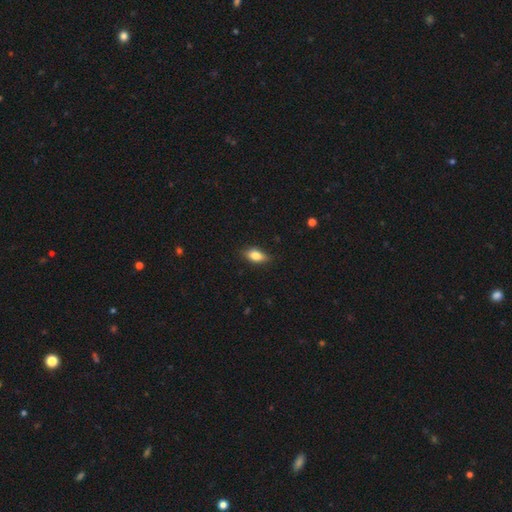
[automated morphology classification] smooth 78%, featured or disk 14%, star or artifact 8%. Down the decision tree: how rounded — in between (84%); merging — none (83%).